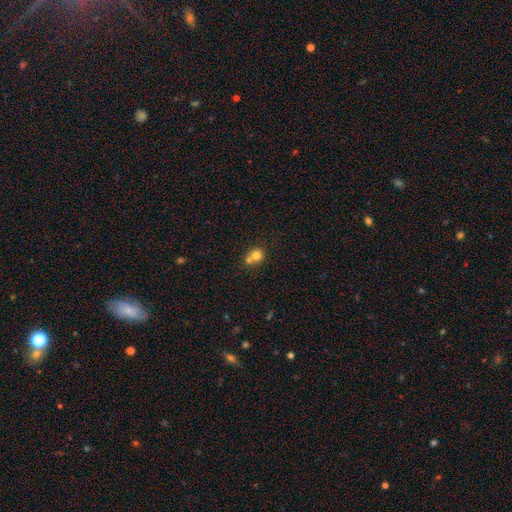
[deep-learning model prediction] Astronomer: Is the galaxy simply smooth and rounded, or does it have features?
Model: smooth — 76%.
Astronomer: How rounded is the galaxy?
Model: round — 83%.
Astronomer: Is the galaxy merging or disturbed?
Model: merger — 54% (runner-up: none, 37%).